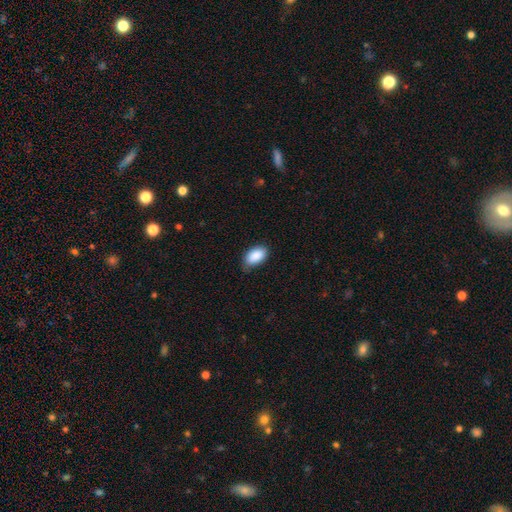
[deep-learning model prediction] Morphology: type=smooth (90%); roundness=in between (94%); merging=none (73%).